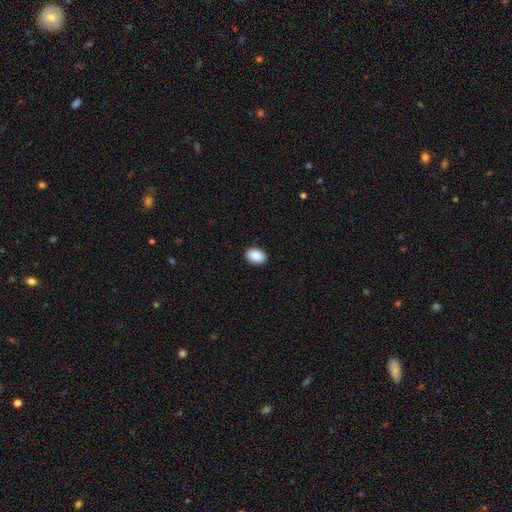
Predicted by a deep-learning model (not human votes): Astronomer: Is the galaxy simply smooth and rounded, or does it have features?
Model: smooth — 90%.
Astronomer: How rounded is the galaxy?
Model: in between — 82%.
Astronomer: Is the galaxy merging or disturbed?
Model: none — 90%.